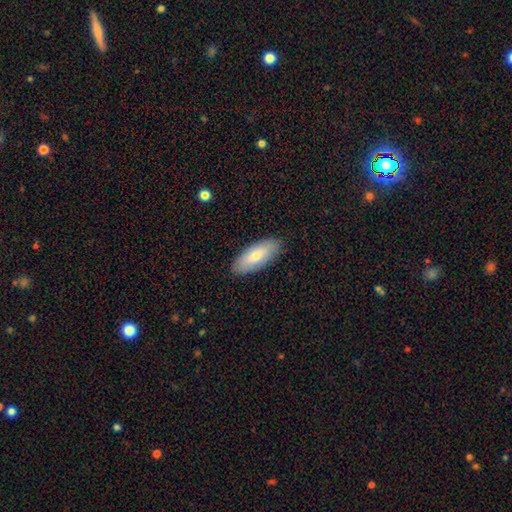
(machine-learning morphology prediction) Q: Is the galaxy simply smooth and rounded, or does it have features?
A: smooth — 74%.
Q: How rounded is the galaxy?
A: in between — 79%.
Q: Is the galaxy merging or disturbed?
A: none — 88%.